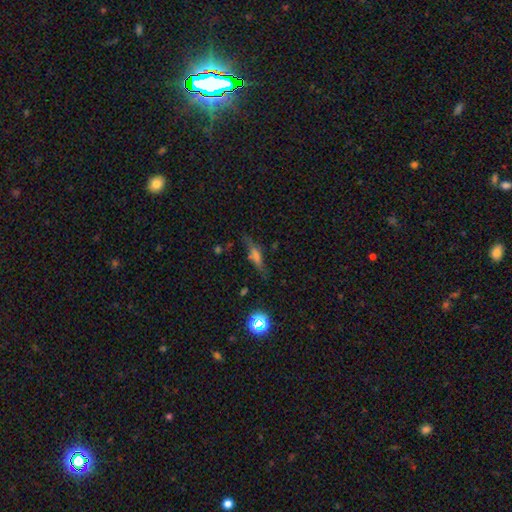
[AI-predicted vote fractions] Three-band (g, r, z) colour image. It shows a smooth galaxy with no disk features (42%). Merging: none (71%).